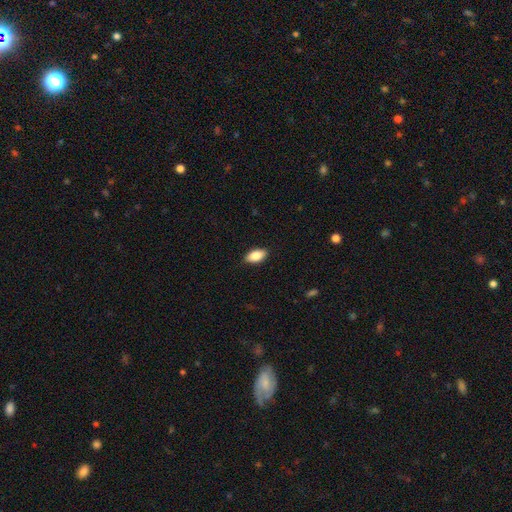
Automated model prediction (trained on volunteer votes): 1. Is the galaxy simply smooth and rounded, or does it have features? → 84% smooth, 9% featured or disk, 7% star or artifact.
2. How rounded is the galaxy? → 90% in between, 5% cigar-shaped, 4% round.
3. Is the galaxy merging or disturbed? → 87% none, 10% minor disturbance, 2% major disturbance, 1% merger.